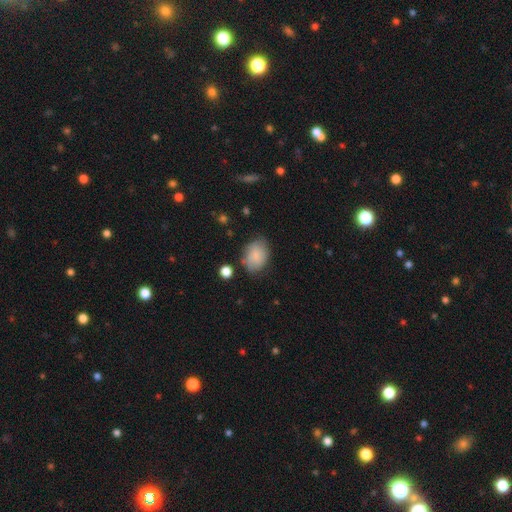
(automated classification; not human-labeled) Smooth or featured? smooth (80%)
How rounded? in between (72%)
Merging? none (67%)